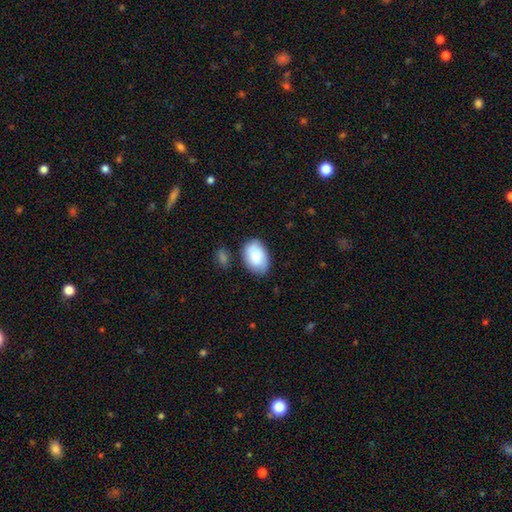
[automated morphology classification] A smooth galaxy with no disk features (83%) that is in between round and cigar-shaped (86%). Merging: none (72%).